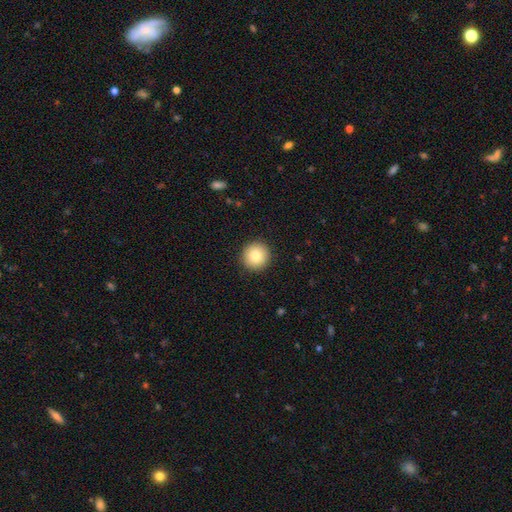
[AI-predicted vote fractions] smooth 84%, star or artifact 9%, featured or disk 7%. Down the decision tree: how rounded — round (95%); merging — none (92%).